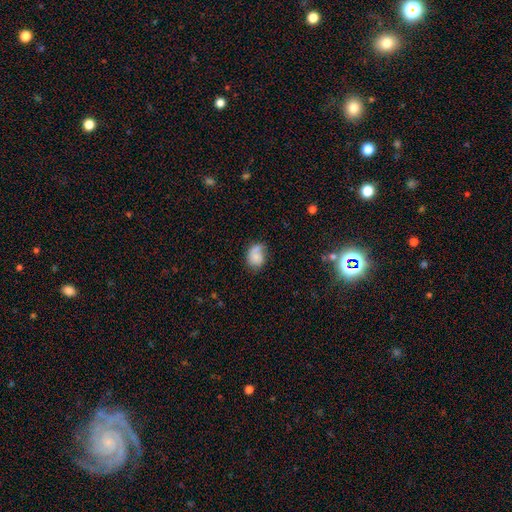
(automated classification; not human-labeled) This is likely a smooth galaxy (69%). How rounded: possibly in between (58%). Merging: possibly none (47%).